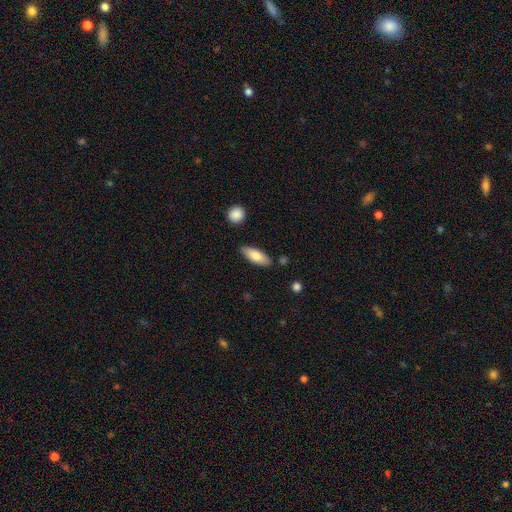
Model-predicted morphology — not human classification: Smooth or featured?
  - smooth: 77% *
  - featured or disk: 17%
  - star or artifact: 6%
How rounded?
  - in between: 71% *
  - cigar-shaped: 26%
  - round: 2%
Merging?
  - none: 82% *
  - minor disturbance: 12%
  - merger: 3%
  - major disturbance: 2%